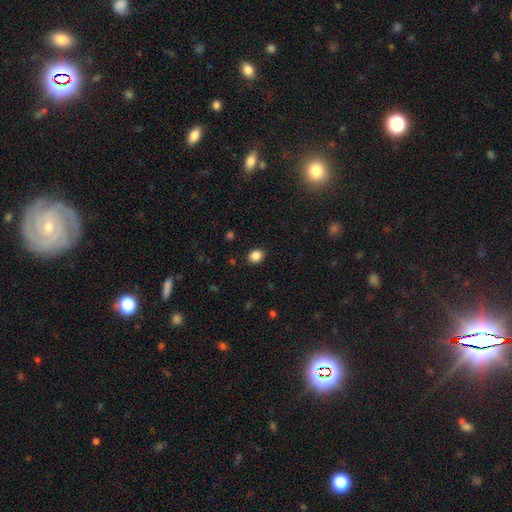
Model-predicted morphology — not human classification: type=smooth (86%); roundness=round (56%); merging=none (89%).